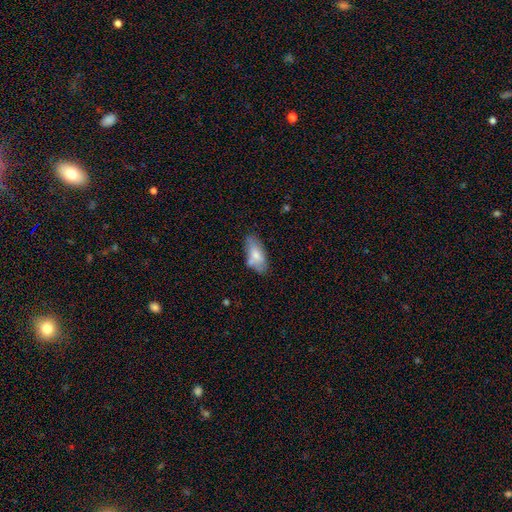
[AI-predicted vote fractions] A smooth galaxy with no disk features (70%) that is in between round and cigar-shaped (86%). Merging: none (55%).